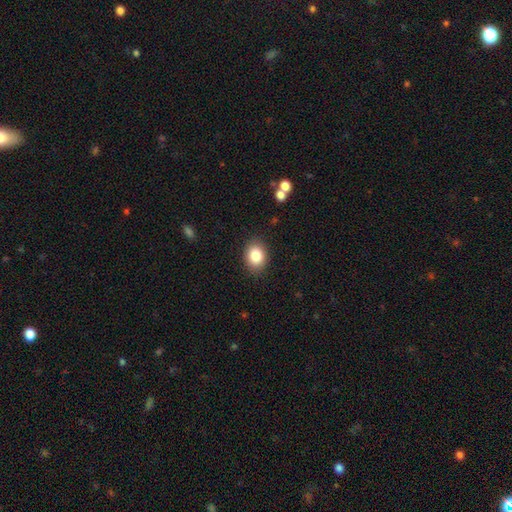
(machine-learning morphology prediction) This is clearly a smooth galaxy (85%). How rounded: likely in between (61%). Merging: clearly none (87%).